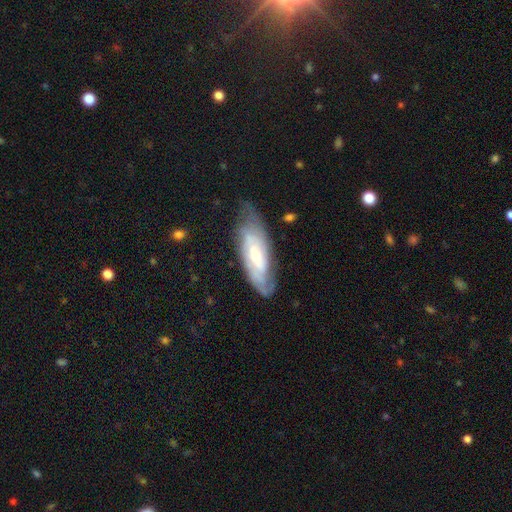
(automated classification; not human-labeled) Smooth or featured? Predicted: featured or disk (p=0.70). Edge-on disk? Predicted: no (p=0.83). Bar? Predicted: no (p=0.55). Spiral arms? Predicted: yes (p=0.85). Bulge size? Predicted: small (p=0.58). Merging? Predicted: none (p=0.63).